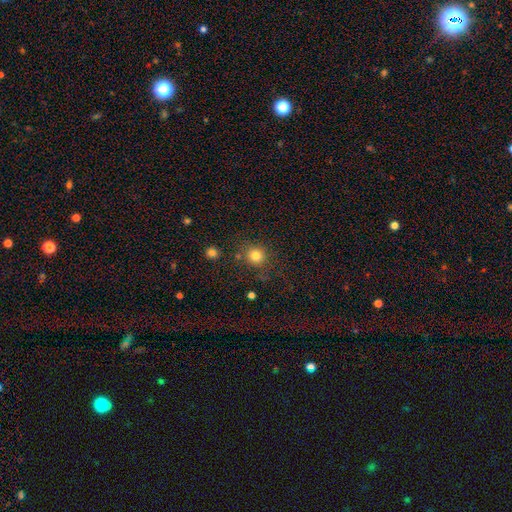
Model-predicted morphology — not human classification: Smooth or featured? Predicted: smooth (p=0.80). How rounded? Predicted: round (p=0.88). Merging? Predicted: none (p=0.78).